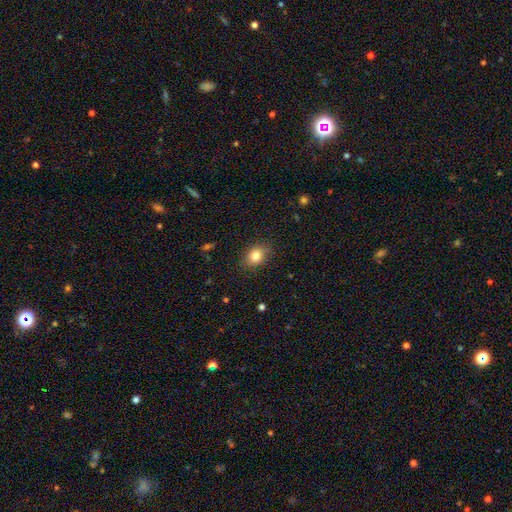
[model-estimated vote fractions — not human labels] This is clearly a smooth galaxy (81%). How rounded: possibly in between (56%). Merging: clearly none (85%).